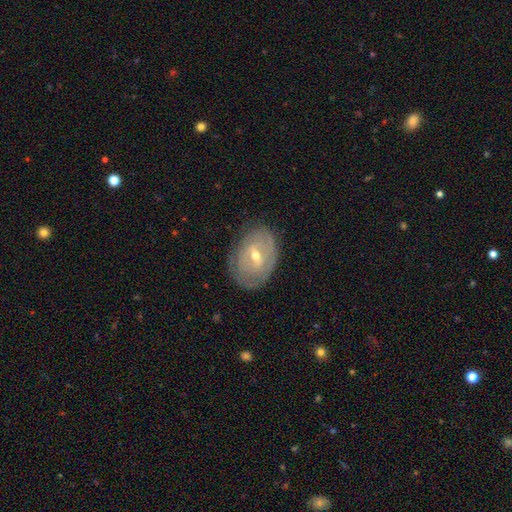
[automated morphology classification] Q: Smooth or featured?
A: featured or disk (68%); runner-up: smooth (25%)
Q: Edge-on disk?
A: no (94%); runner-up: yes (6%)
Q: Bar?
A: weak (49%); runner-up: no (30%)
Q: Spiral arms?
A: yes (60%); runner-up: no (40%)
Q: Bulge size?
A: moderate (56%); runner-up: small (41%)
Q: Merging?
A: none (72%); runner-up: minor disturbance (20%)